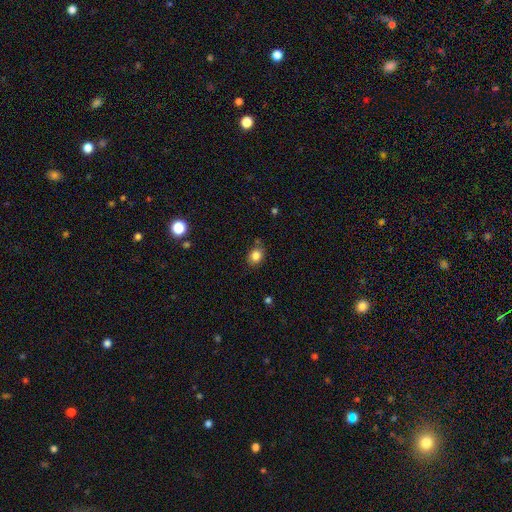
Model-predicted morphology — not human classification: A smooth galaxy with no disk features (83%) that is round (53%).

Vote fractions:
- Smooth or featured? smooth: 83% / star or artifact: 10% / featured or disk: 6%
- How rounded? round: 53% / in between: 46% / cigar-shaped: 1%
- Merging? none: 77% / minor disturbance: 15% / merger: 5% / major disturbance: 3%